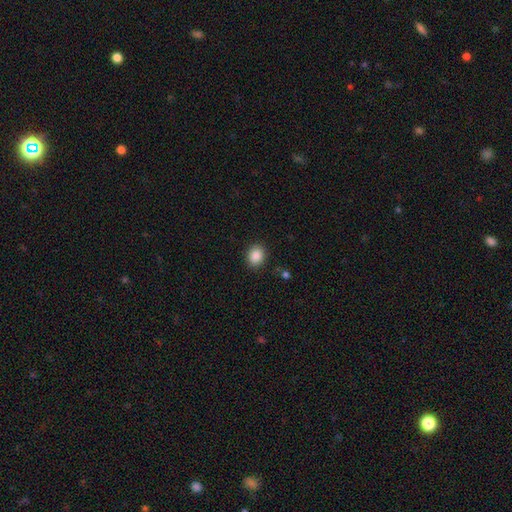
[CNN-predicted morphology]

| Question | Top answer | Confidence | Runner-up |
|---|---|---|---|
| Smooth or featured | smooth | 88% | star or artifact (9%) |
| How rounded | round | 58% | in between (41%) |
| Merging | none | 89% | minor disturbance (8%) |